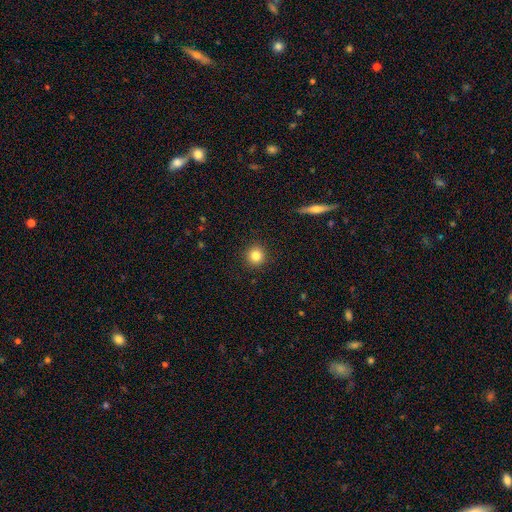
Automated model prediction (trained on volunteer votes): This is clearly a smooth galaxy (83%). How rounded: clearly round (94%). Merging: clearly none (92%).